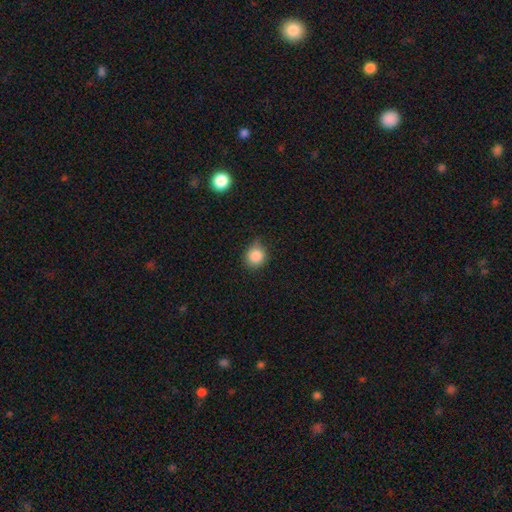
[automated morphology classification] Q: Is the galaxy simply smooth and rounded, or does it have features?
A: smooth — 86%.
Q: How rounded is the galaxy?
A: round — 83%.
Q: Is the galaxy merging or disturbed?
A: none — 72%.